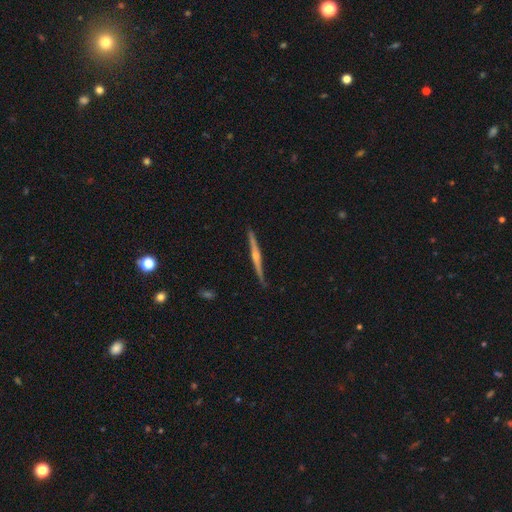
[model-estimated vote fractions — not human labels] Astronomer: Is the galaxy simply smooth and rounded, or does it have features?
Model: featured or disk — 77%.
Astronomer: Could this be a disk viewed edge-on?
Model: yes — 98%.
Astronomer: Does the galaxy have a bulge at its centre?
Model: rounded — 77%.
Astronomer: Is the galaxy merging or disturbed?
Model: none — 86%.